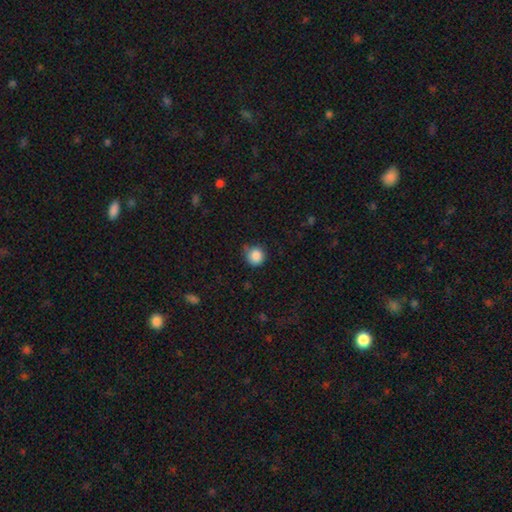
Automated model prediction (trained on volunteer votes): smooth 86%, star or artifact 10%, featured or disk 4%. Down the decision tree: how rounded — round (91%); merging — none (70%).